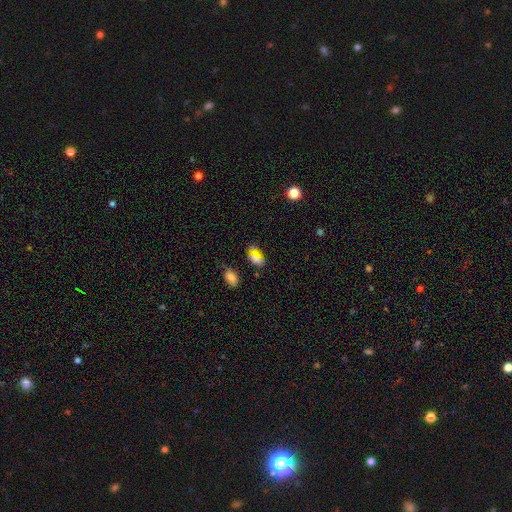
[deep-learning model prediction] The model was most divided on "smooth or featured": smooth: 63%, star or artifact: 25%, featured or disk: 12%. More confident: how rounded — in between (85%); merging — none (62%).